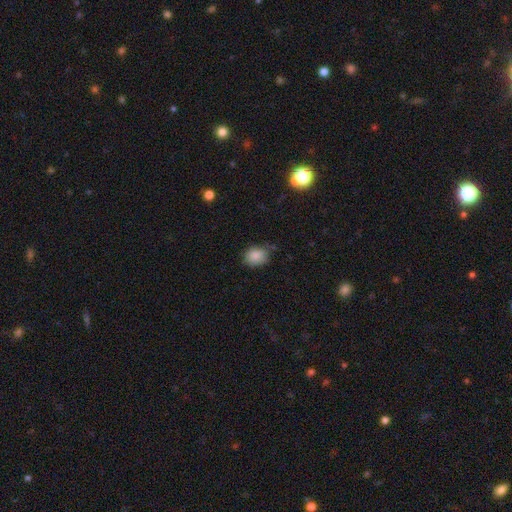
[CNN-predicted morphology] smooth 85%, star or artifact 9%, featured or disk 5%. Down the decision tree: how rounded — round (50%); merging — none (71%).